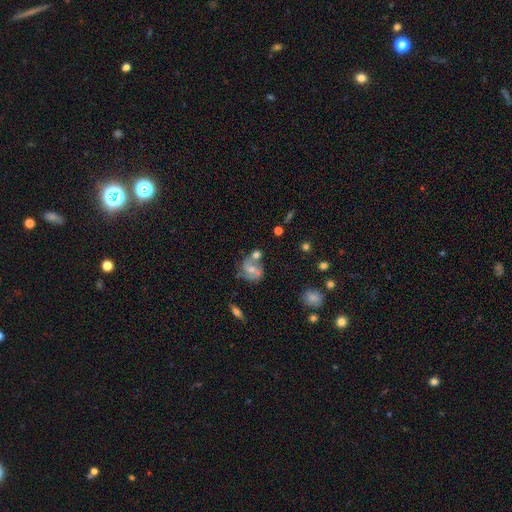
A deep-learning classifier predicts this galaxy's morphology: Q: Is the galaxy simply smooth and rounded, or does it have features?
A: featured or disk — 55%.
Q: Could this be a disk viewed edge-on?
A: no — 95%.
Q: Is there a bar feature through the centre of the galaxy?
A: no — 53%.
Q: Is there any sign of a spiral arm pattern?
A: yes — 79%.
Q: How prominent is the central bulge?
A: moderate — 48%.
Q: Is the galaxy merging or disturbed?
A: none — 41%.